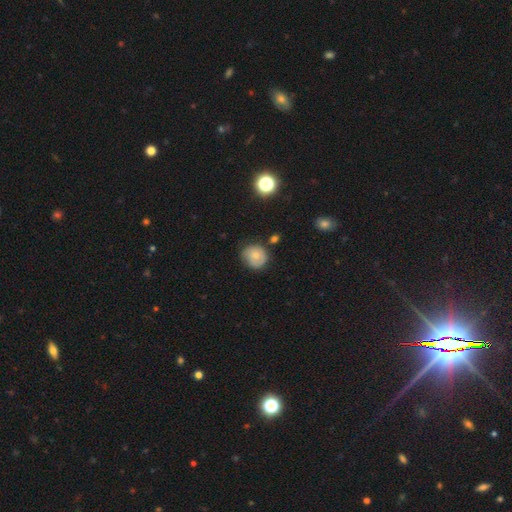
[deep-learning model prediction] A smooth galaxy with no disk features (72%) that is round (84%).

Vote fractions:
- Smooth or featured? smooth: 72% / featured or disk: 18% / star or artifact: 10%
- How rounded? round: 84% / in between: 15% / cigar-shaped: 1%
- Merging? none: 66% / minor disturbance: 25% / major disturbance: 5% / merger: 3%